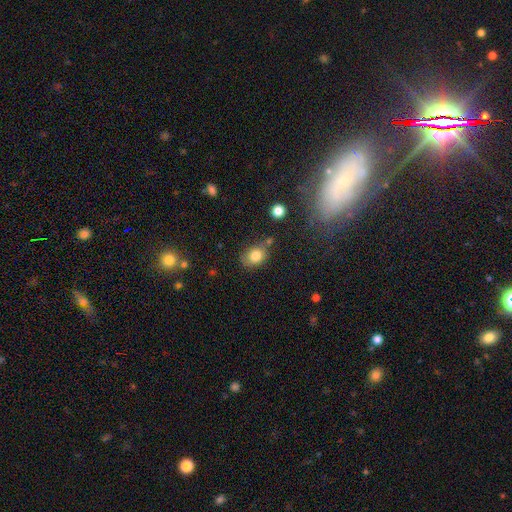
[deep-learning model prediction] smooth-or-featured: smooth: 81% | star or artifact: 11% | featured or disk: 9%
  how-rounded: in between: 52% | round: 47% | cigar-shaped: 1%
  merging: none: 67% | minor disturbance: 19% | merger: 9% | major disturbance: 5%